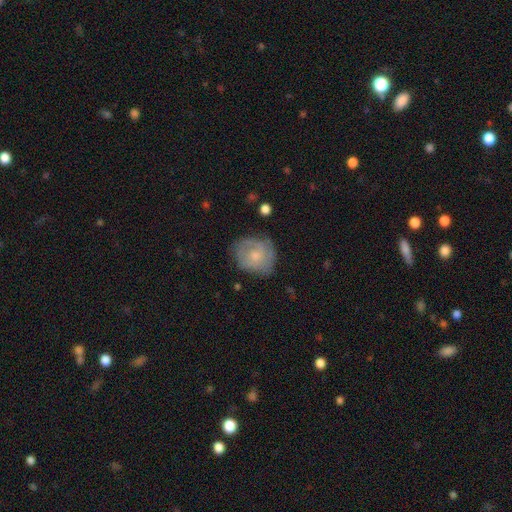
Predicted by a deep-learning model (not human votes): Smooth or featured?
  - featured or disk: 48% *
  - smooth: 45%
  - star or artifact: 7%
Merging?
  - none: 64% *
  - minor disturbance: 24%
  - major disturbance: 10%
  - merger: 2%